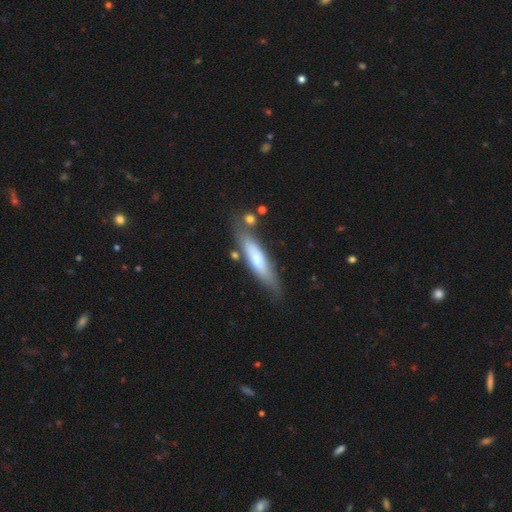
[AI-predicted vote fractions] Smooth or featured: smooth — 61% (featured or disk — 33%)
How rounded: cigar-shaped — 79% (in between — 19%)
Merging: none — 74% (minor disturbance — 16%)